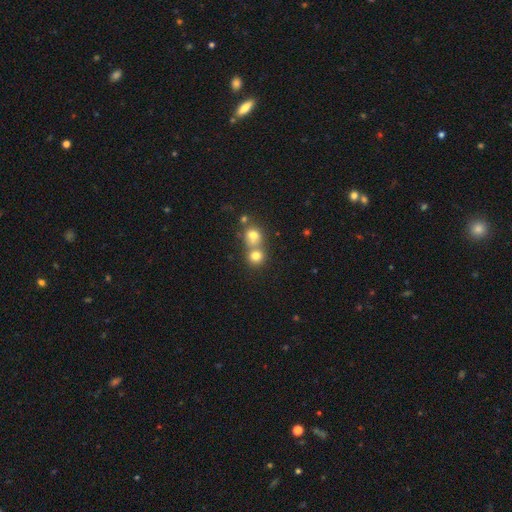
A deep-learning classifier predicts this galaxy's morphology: Smooth or featured? Predicted: smooth (p=0.75). How rounded? Predicted: round (p=0.85). Merging? Predicted: none (p=0.46).